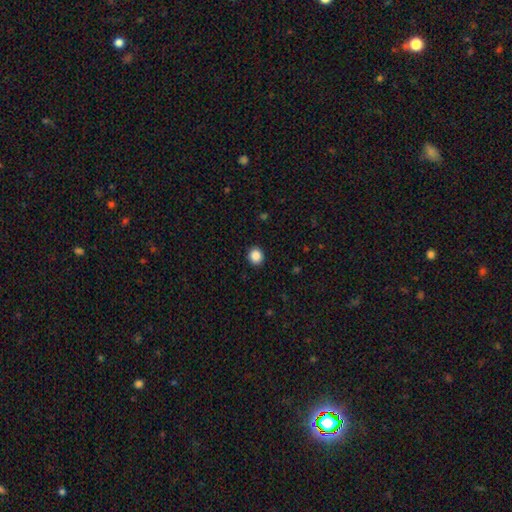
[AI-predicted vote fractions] A smooth galaxy with no disk features (87%) that is round (84%).

Vote fractions:
- Smooth or featured? smooth: 87% / star or artifact: 10% / featured or disk: 3%
- How rounded? round: 84% / in between: 15% / cigar-shaped: 1%
- Merging? none: 92% / minor disturbance: 5% / major disturbance: 2% / merger: 1%